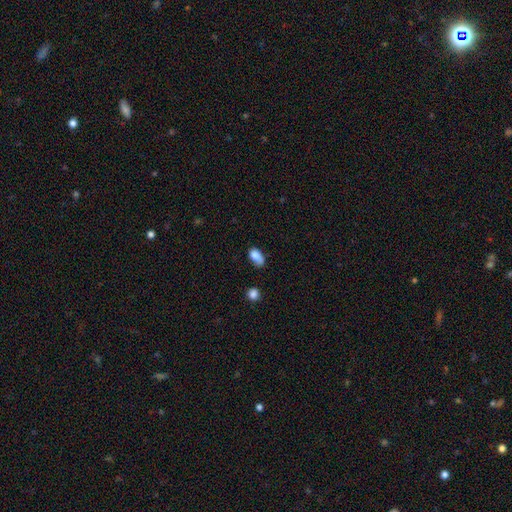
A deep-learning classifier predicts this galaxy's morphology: A smooth galaxy with no disk features (79%) that is in between round and cigar-shaped (85%). Merging: none (39%).